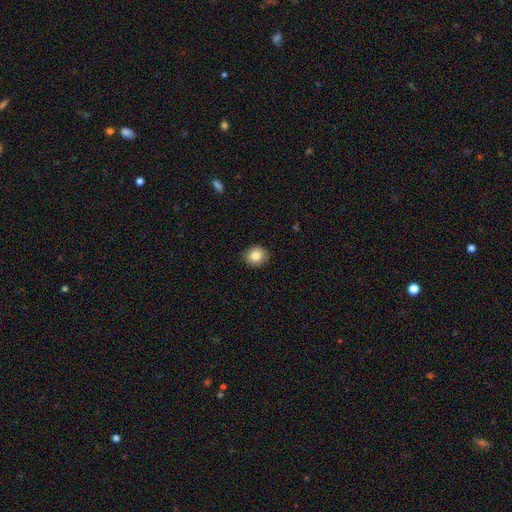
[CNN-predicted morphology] Smooth or featured? Predicted: smooth (p=0.84). How rounded? Predicted: round (p=0.83). Merging? Predicted: none (p=0.89).